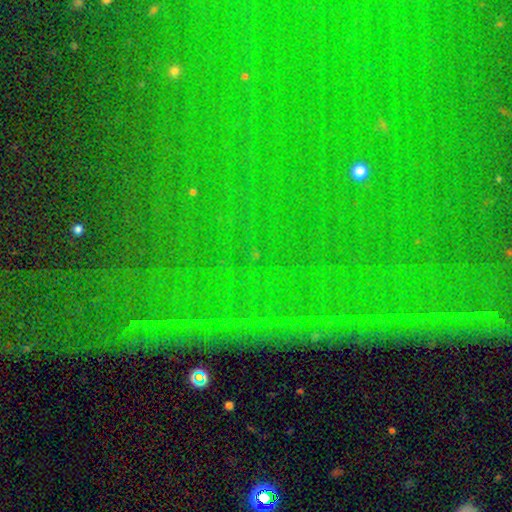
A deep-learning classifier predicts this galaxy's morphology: Smooth or featured: star or artifact — 86% (featured or disk — 7%)